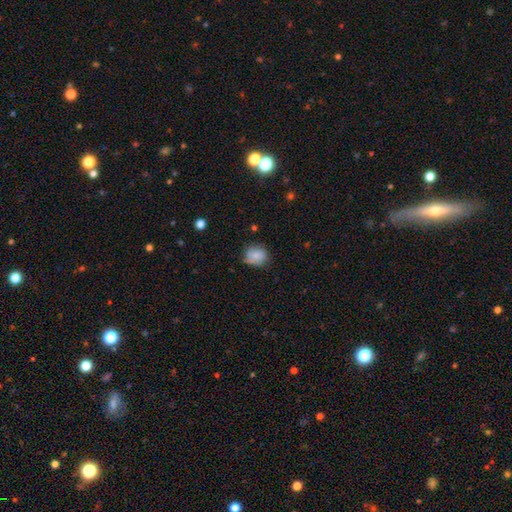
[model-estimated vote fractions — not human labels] Smooth or featured? smooth (83%)
How rounded? round (72%)
Merging? none (71%)